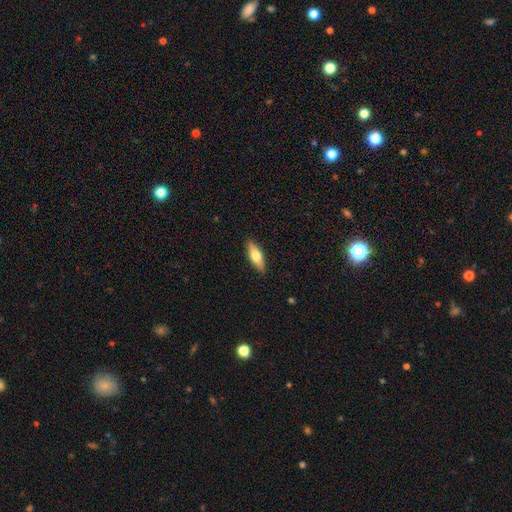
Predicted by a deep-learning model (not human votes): This appears to be a smooth galaxy with no disk features (64%) that is in between round and cigar-shaped (58%). Merging: none (89%).